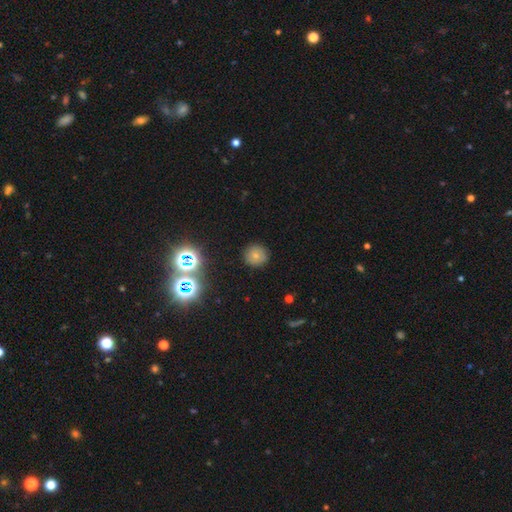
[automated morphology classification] smooth 69%, star or artifact 19%, featured or disk 12%. Down the decision tree: how rounded — round (93%); merging — none (89%).